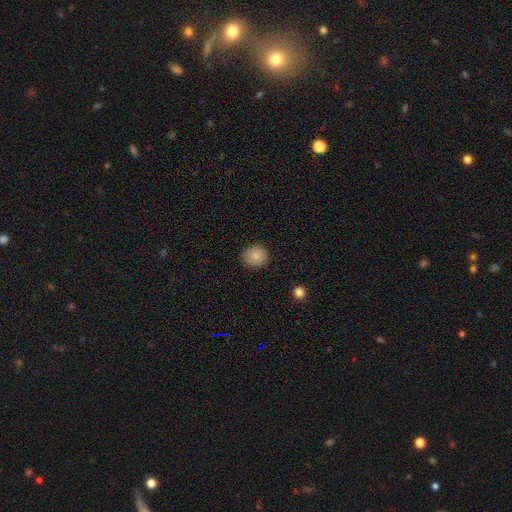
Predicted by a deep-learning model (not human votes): Smooth or featured?
  - smooth: 86% *
  - star or artifact: 8%
  - featured or disk: 6%
How rounded?
  - round: 83% *
  - in between: 16%
  - cigar-shaped: 1%
Merging?
  - none: 87% *
  - minor disturbance: 10%
  - major disturbance: 2%
  - merger: 1%